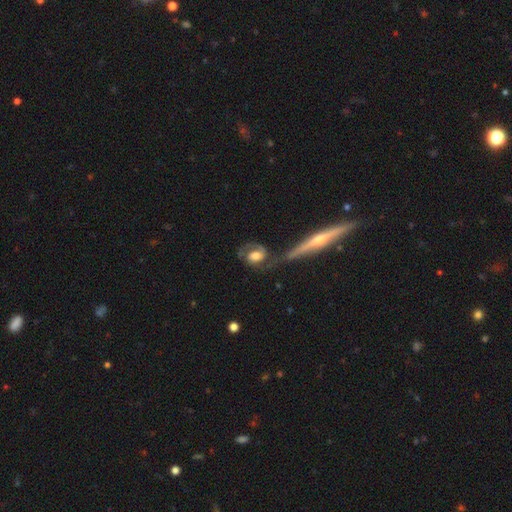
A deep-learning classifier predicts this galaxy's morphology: Q: Smooth or featured?
A: featured or disk (76%); runner-up: smooth (18%)
Q: Edge-on disk?
A: no (93%); runner-up: yes (7%)
Q: Bar?
A: no (52%); runner-up: weak (34%)
Q: Spiral arms?
A: yes (89%); runner-up: no (11%)
Q: Spiral winding?
A: medium (48%); runner-up: tight (34%)
Q: Spiral arm count?
A: 2 (80%); runner-up: 1 (10%)
Q: Bulge size?
A: moderate (53%); runner-up: large (31%)
Q: Merging?
A: none (46%); runner-up: merger (20%)